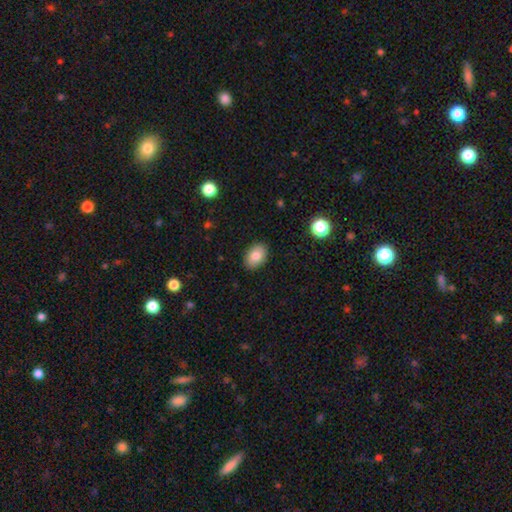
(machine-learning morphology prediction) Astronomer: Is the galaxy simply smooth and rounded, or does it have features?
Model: smooth — 82%.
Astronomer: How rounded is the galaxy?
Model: in between — 83%.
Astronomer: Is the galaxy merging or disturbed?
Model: none — 88%.